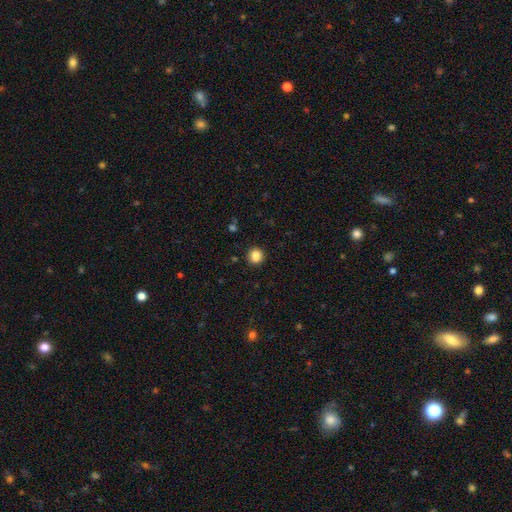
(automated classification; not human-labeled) A smooth galaxy with no disk features (86%) that is round (87%).

Vote fractions:
- Smooth or featured? smooth: 86% / star or artifact: 11% / featured or disk: 4%
- How rounded? round: 87% / in between: 12% / cigar-shaped: 1%
- Merging? none: 88% / minor disturbance: 8% / major disturbance: 2% / merger: 2%